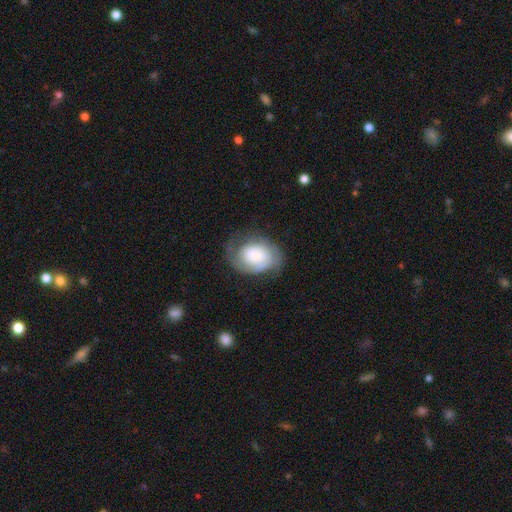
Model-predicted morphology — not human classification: This is possibly a featured or disk galaxy (48%). Merging: possibly none (53%).